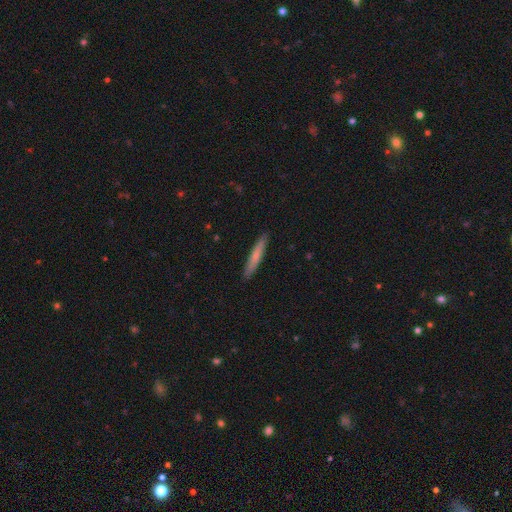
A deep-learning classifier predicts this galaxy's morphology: Overall: smooth (68%). How rounded: cigar-shaped (93%). Merging: none (89%).